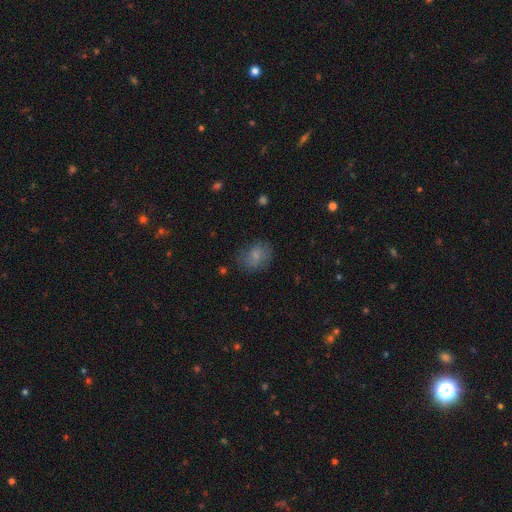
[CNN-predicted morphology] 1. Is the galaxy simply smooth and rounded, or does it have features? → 74% smooth, 16% featured or disk, 10% star or artifact.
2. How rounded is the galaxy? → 58% in between, 41% round, 1% cigar-shaped.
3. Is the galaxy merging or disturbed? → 68% none, 21% minor disturbance, 8% major disturbance, 2% merger.